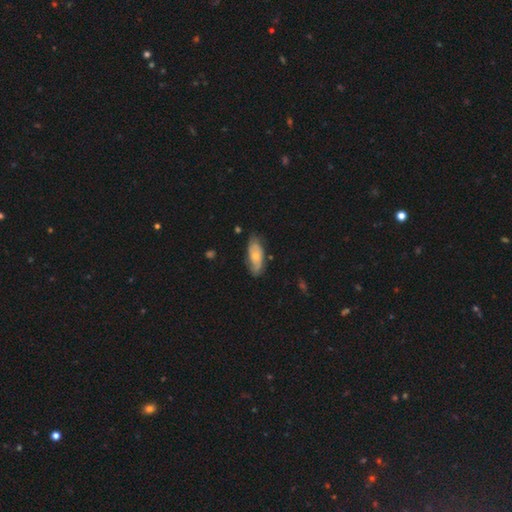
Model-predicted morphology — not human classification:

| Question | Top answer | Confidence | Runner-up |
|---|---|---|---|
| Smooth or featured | featured or disk | 52% | smooth (42%) |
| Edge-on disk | no | 89% | yes (11%) |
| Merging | none | 71% | minor disturbance (23%) |